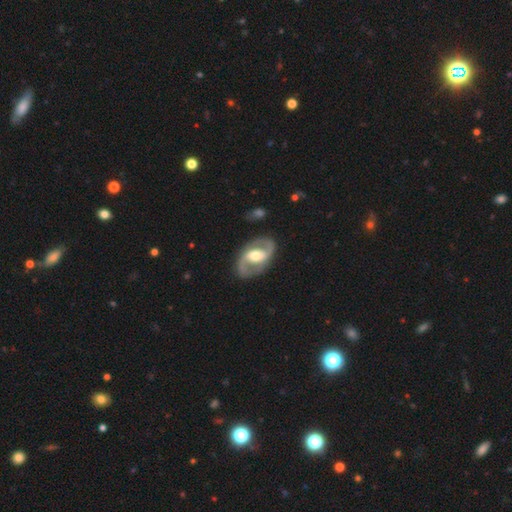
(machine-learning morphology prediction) A featured or disk galaxy (87%) with a weak bar (42%), 2 (93%) medium (57%) spiral arms (93%) and a moderate central bulge (67%).

Vote fractions:
- Smooth or featured? featured or disk: 87% / smooth: 9% / star or artifact: 4%
- Edge-on disk? no: 97% / yes: 3%
- Bar? weak: 42% / strong: 33% / no: 25%
- Spiral arms? yes: 93% / no: 7%
- Spiral winding? medium: 57% / loose: 23% / tight: 20%
- Spiral arm count? 2: 93% / can't tell: 3% / 1: 1% / 3: 1% / 4: 1% / more than 4: 1%
- Bulge size? moderate: 67% / large: 18% / small: 12% / dominant: 1% / none: 1%
- Merging? none: 85% / minor disturbance: 10% / major disturbance: 4% / merger: 1%